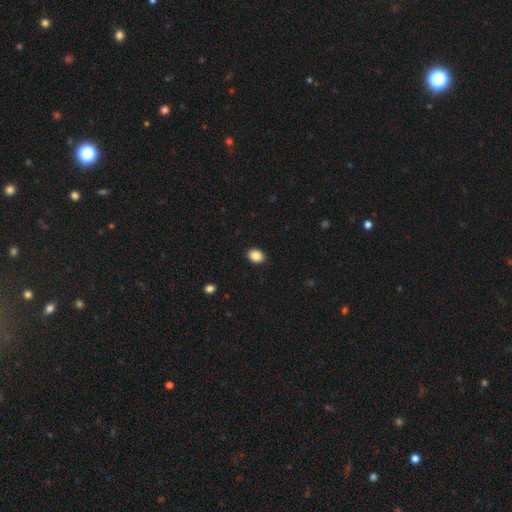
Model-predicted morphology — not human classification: type=smooth (88%); roundness=in between (64%); merging=none (91%).